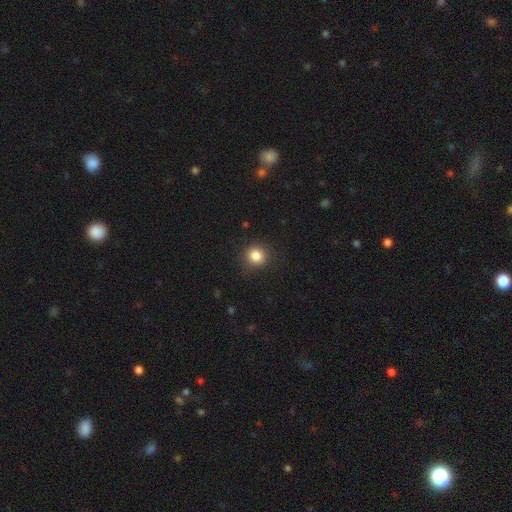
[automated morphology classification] Smooth or featured?
  - smooth: 84% *
  - star or artifact: 11%
  - featured or disk: 5%
How rounded?
  - round: 87% *
  - in between: 12%
  - cigar-shaped: 1%
Merging?
  - none: 85% *
  - minor disturbance: 10%
  - major disturbance: 3%
  - merger: 1%